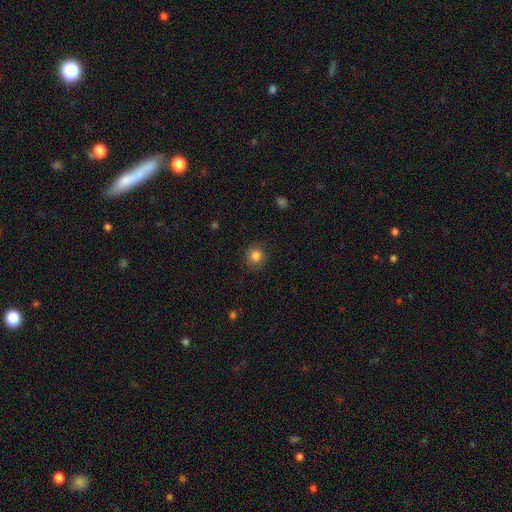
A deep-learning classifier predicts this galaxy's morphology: Smooth or featured? smooth (84%)
How rounded? round (89%)
Merging? none (87%)